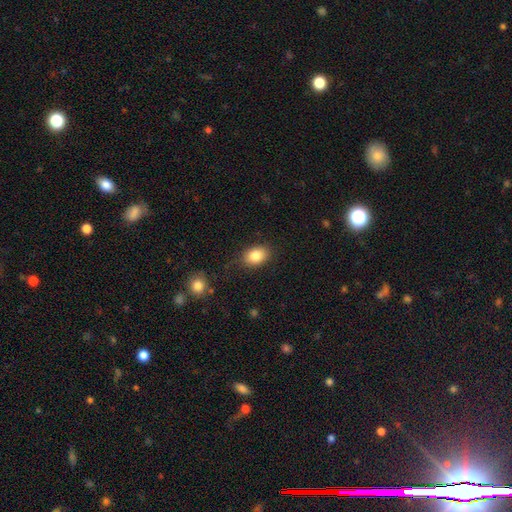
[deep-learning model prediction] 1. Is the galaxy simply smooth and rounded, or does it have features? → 84% smooth, 8% star or artifact, 7% featured or disk.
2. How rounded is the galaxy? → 79% in between, 20% round, 1% cigar-shaped.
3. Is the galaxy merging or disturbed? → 84% none, 12% minor disturbance, 3% major disturbance, 2% merger.